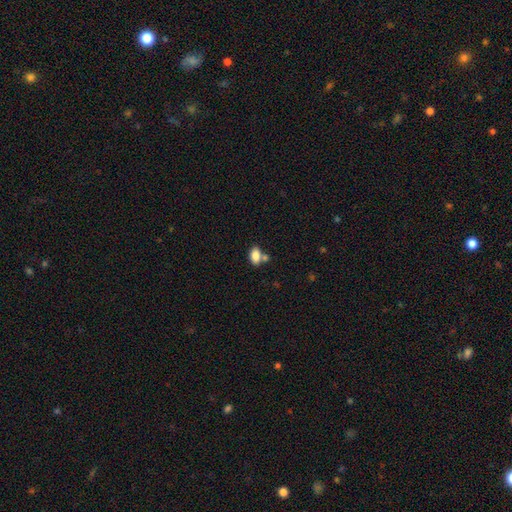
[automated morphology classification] smooth_or_featured: smooth (p=0.84) [alt: star or artifact p=0.09]
how_rounded: in between (p=0.90) [alt: round p=0.07]
merging: none (p=0.53) [alt: merger p=0.30]